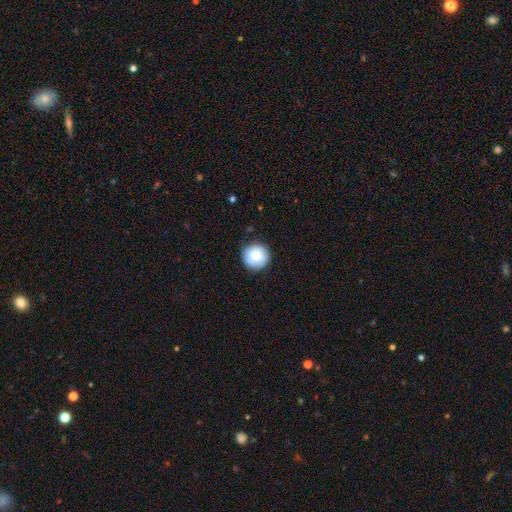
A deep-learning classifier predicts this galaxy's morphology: type=smooth (83%); roundness=round (95%); merging=none (84%).